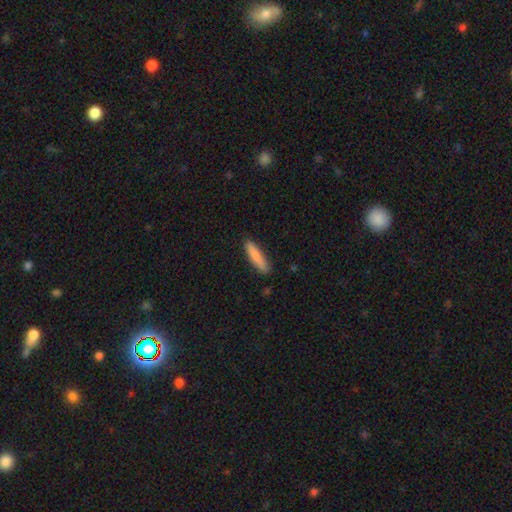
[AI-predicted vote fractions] The model was most divided on "how rounded": cigar-shaped: 83%, in between: 16%, round: 1%. More confident: merging — none (87%); smooth or featured — smooth (86%).